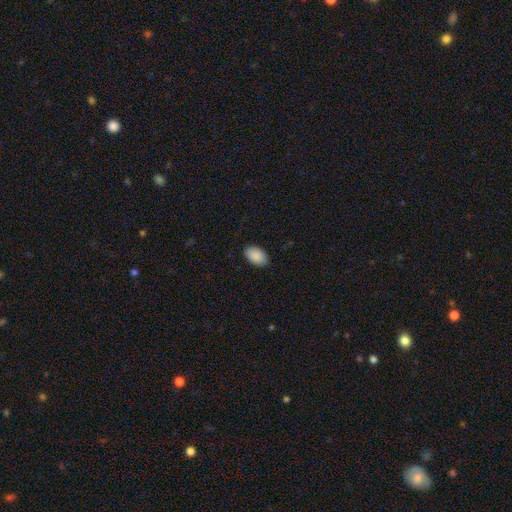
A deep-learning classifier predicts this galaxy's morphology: This appears to be a smooth galaxy with no disk features (91%) that is in between round and cigar-shaped (92%). Merging: none (87%).